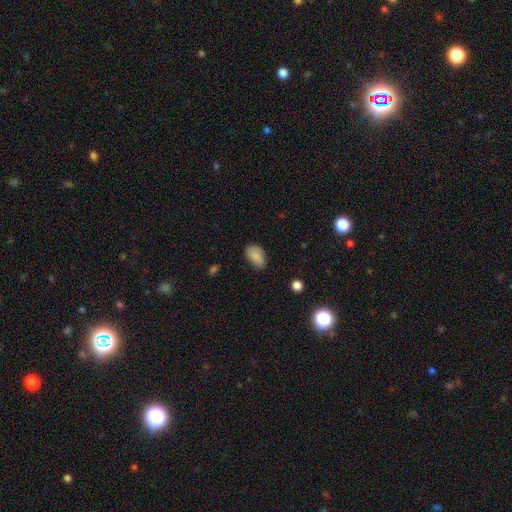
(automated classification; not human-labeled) Morphology: type=smooth (84%); roundness=in between (91%); merging=none (68%).